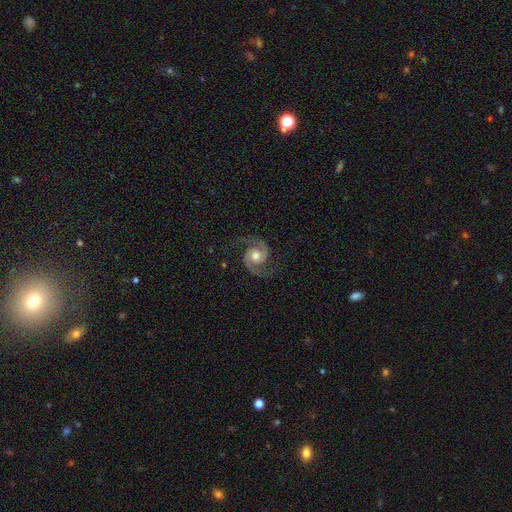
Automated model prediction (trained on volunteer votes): This appears to be a featured or disk galaxy (92%) with no bar (69%), 2 (95%) medium (61%) spiral arms (98%) and a moderate central bulge (73%). Merging: none (83%).